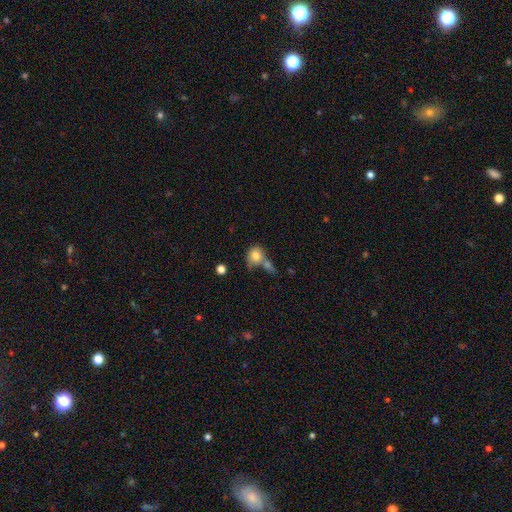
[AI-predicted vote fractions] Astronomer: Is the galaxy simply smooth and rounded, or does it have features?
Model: smooth — 80%.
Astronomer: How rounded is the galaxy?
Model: round — 67%.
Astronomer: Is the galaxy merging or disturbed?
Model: merger — 42% (runner-up: none, 34%).